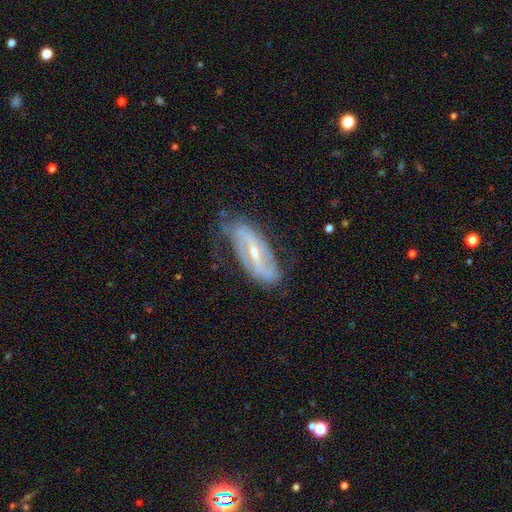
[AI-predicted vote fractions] A featured or disk galaxy (79%) with a strong bar (55%), 2 (76%) medium (37%) spiral arms (83%) and a small central bulge (62%). Merging: none (61%).